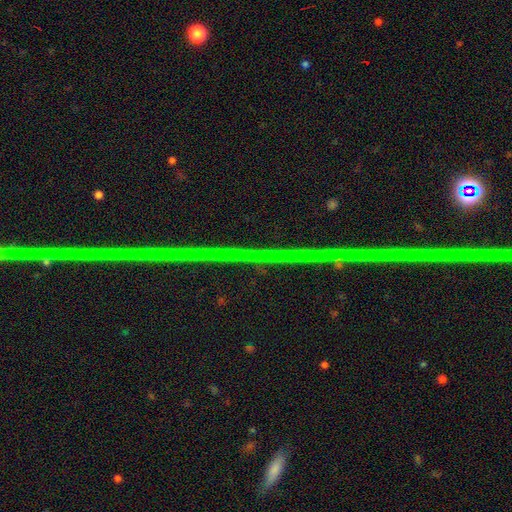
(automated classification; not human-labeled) Overall: star or artifact (88%).